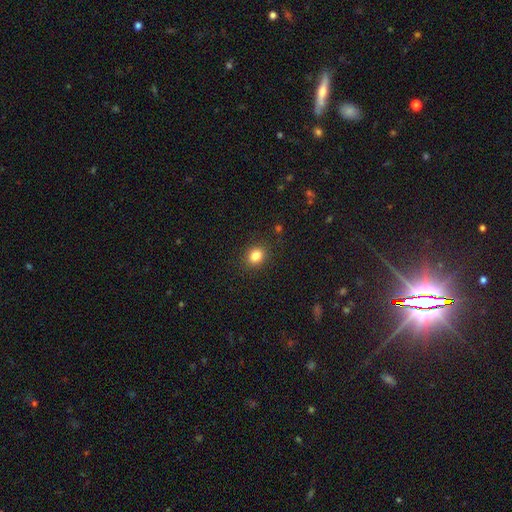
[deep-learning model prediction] Smooth or featured: smooth — 83% (star or artifact — 12%)
How rounded: round — 65% (in between — 34%)
Merging: none — 89% (minor disturbance — 8%)